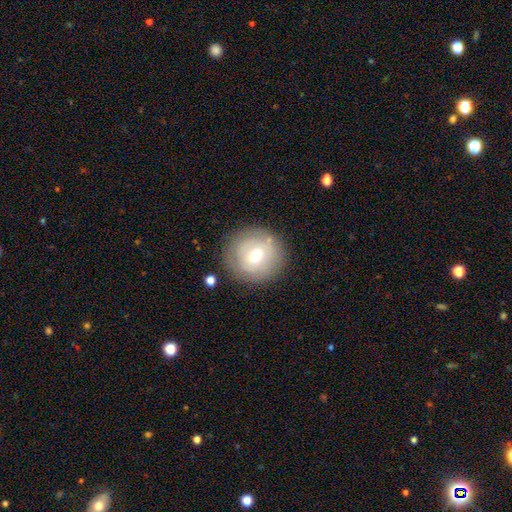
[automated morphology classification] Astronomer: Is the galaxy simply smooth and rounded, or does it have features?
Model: smooth — 60%.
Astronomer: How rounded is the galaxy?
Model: round — 93%.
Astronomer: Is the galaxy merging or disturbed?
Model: none — 82%.